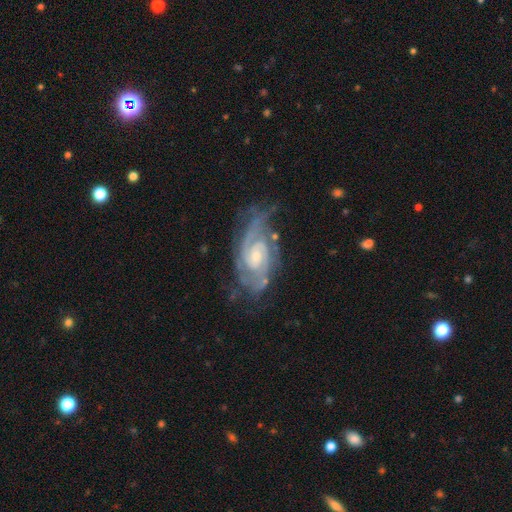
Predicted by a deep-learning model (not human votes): Overall: featured or disk (90%). Edge-on disk: no (96%). Bar: no (49%; weak 42%). Spiral arms: yes (97%). Spiral arm count: 2 (70%). Spiral winding: tight (57%; medium 36%). Bulge size: small (50%; moderate 42%). Merging: none (65%).